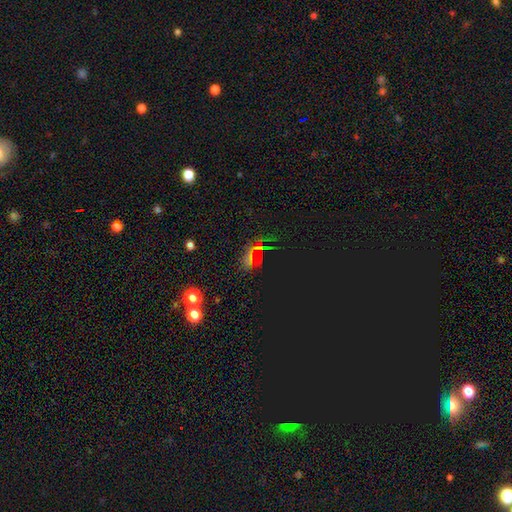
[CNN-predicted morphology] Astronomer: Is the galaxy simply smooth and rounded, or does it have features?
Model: star or artifact — 65%.